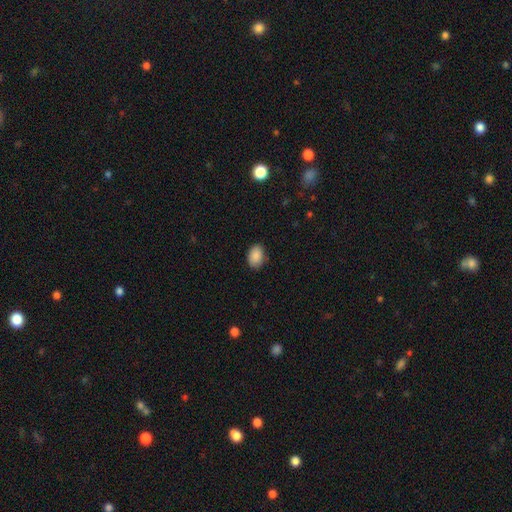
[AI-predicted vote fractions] The model was most divided on "how rounded": in between: 81%, round: 18%, cigar-shaped: 1%. More confident: smooth or featured — smooth (89%); merging — none (84%).